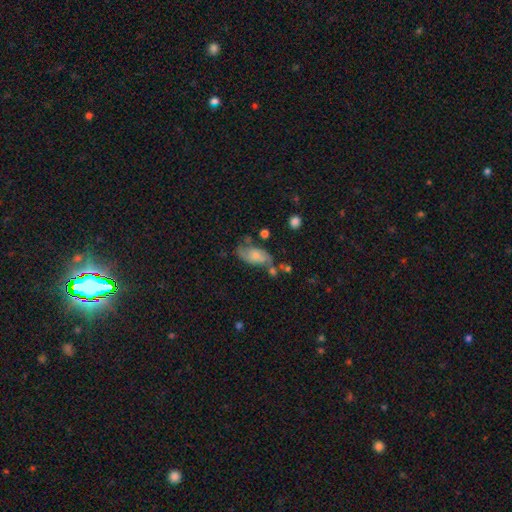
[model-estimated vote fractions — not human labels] Smooth or featured? Predicted: featured or disk (p=0.48). Merging? Predicted: none (p=0.44).